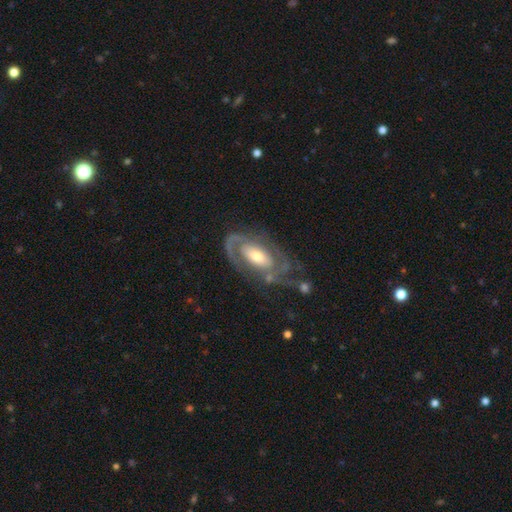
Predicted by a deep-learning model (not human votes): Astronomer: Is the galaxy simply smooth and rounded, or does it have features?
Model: featured or disk — 86%.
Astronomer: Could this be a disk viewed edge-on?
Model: no — 95%.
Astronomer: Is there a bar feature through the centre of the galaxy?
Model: no — 49% (runner-up: weak, 34%).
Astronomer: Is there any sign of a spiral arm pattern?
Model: yes — 93%.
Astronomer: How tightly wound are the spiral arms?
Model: tight — 52% (runner-up: medium, 37%).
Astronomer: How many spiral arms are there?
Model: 2 — 60%.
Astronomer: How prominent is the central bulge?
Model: moderate — 63%.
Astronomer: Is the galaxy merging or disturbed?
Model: none — 64%.